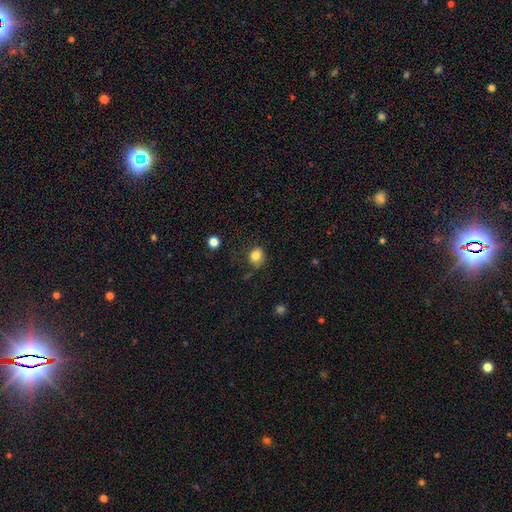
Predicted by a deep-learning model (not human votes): Overall: smooth (82%). How rounded: round (62%; in between 37%). Merging: none (66%).